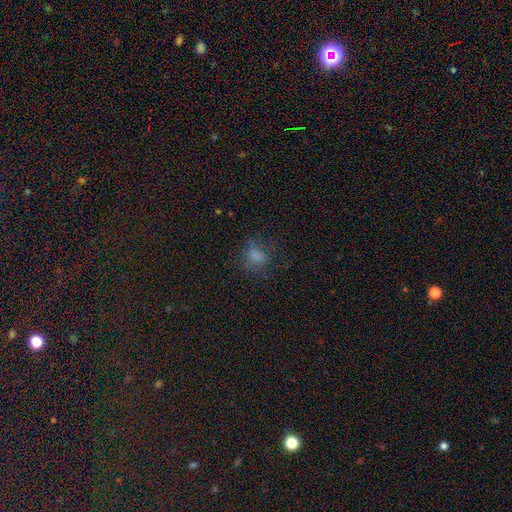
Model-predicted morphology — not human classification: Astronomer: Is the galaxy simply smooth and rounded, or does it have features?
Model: smooth — 58%.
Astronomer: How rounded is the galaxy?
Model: in between — 53% (runner-up: round, 43%).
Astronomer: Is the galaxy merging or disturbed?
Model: none — 66%.